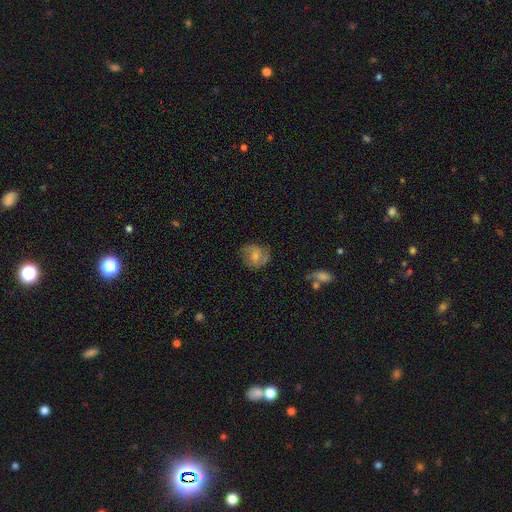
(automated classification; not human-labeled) Smooth or featured: featured or disk — 57% (smooth — 35%)
Edge-on disk: no — 97% (yes — 3%)
Bar: no — 64% (weak — 31%)
Spiral arms: yes — 87% (no — 13%)
Bulge size: small — 47% (moderate — 44%)
Merging: none — 68% (minor disturbance — 21%)